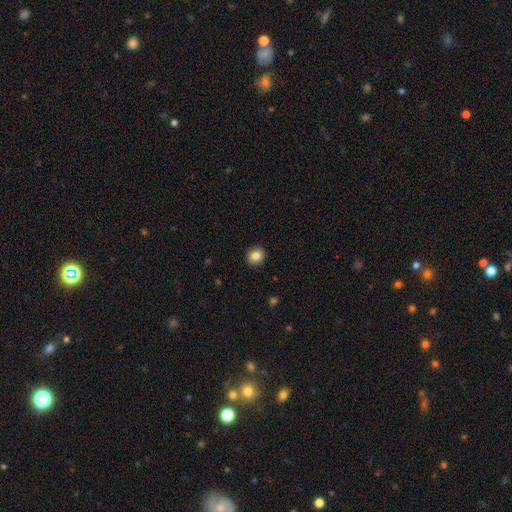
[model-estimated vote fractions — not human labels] smooth 85%, star or artifact 9%, featured or disk 6%. Down the decision tree: how rounded — round (84%); merging — none (91%).